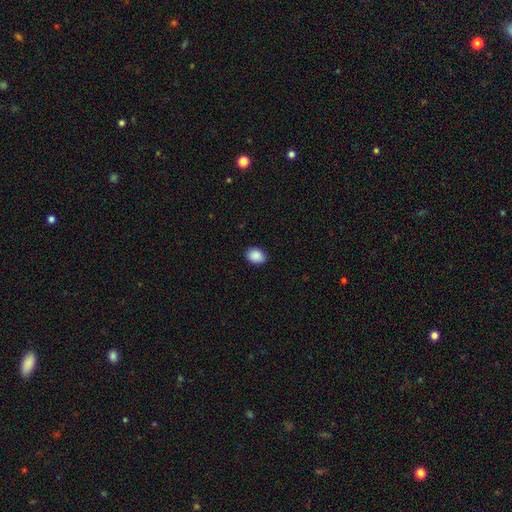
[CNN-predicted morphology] smooth 90%, star or artifact 7%, featured or disk 3%. Down the decision tree: how rounded — in between (67%); merging — none (86%).